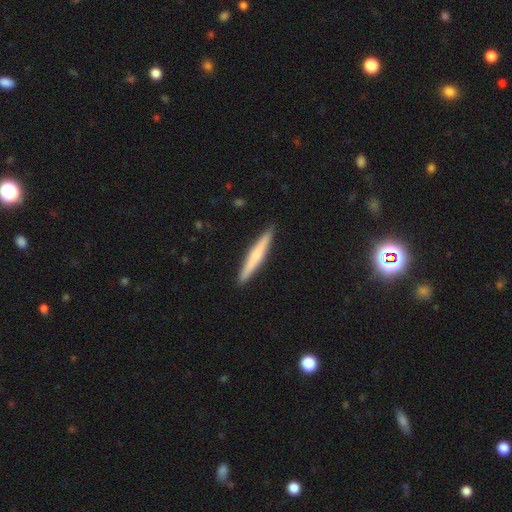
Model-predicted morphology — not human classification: This appears to be a smooth galaxy with no disk features (55%) that is cigar-shaped (95%). Merging: none (91%).